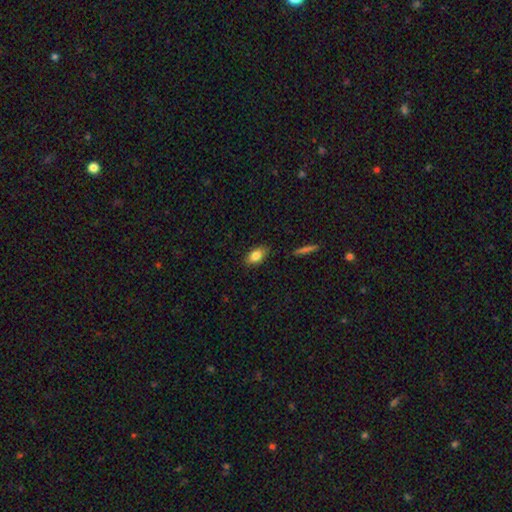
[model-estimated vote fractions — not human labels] Morphology: type=smooth (83%); roundness=in between (89%); merging=none (85%).